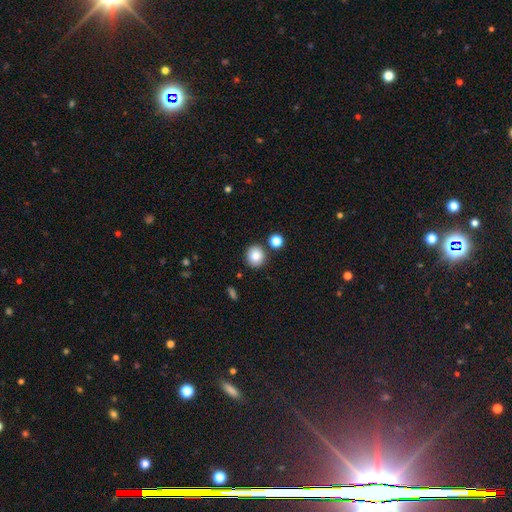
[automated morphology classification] Smooth or featured: smooth — 85% (star or artifact — 9%)
How rounded: round — 85% (in between — 14%)
Merging: none — 83% (minor disturbance — 8%)